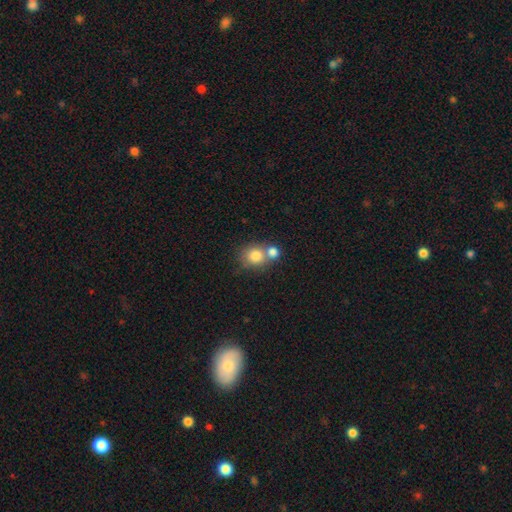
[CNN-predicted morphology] smooth-or-featured: smooth: 80% | featured or disk: 10% | star or artifact: 10%
  how-rounded: round: 80% | in between: 19% | cigar-shaped: 1%
  merging: merger: 47% | none: 41% | minor disturbance: 8% | major disturbance: 3%